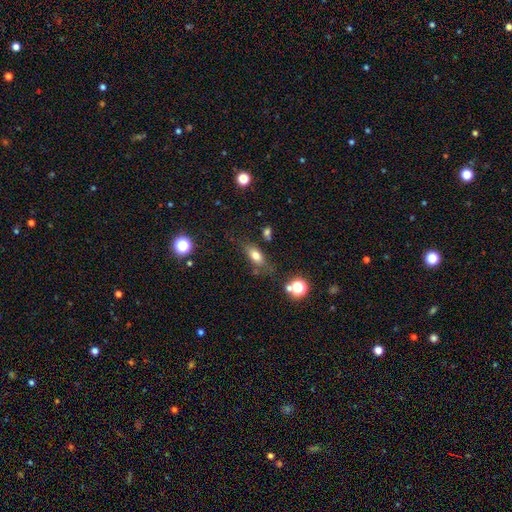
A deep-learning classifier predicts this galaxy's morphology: smooth_or_featured: smooth (p=0.73) [alt: featured or disk p=0.16]
how_rounded: in between (p=0.79) [alt: cigar-shaped p=0.13]
merging: none (p=0.67) [alt: minor disturbance p=0.18]